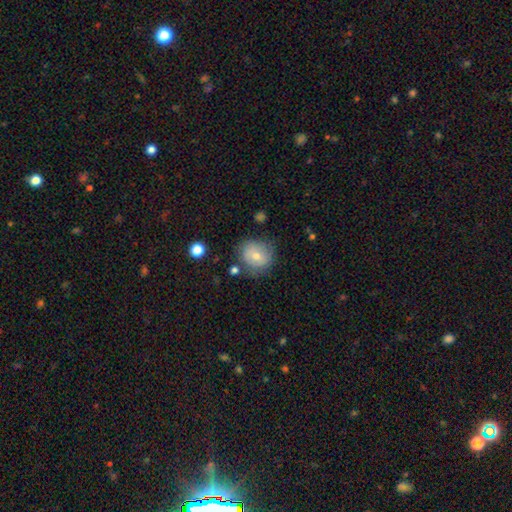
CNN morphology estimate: Smooth or featured? Predicted: smooth (p=0.64). How rounded? Predicted: round (p=0.78). Merging? Predicted: none (p=0.68).